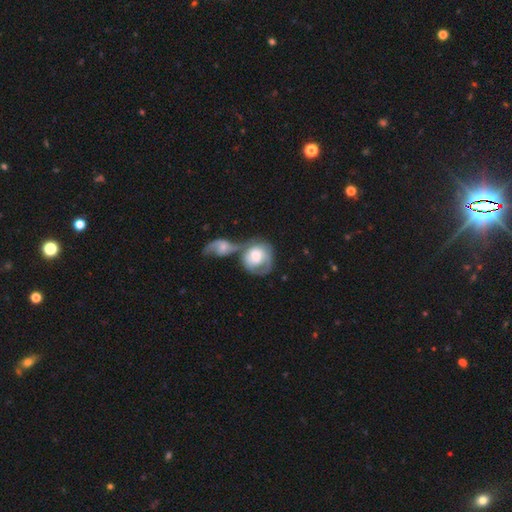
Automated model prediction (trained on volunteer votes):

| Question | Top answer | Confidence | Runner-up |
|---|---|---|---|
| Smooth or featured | featured or disk | 52% | smooth (42%) |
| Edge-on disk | no | 96% | yes (4%) |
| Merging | merger | 60% | none (19%) |